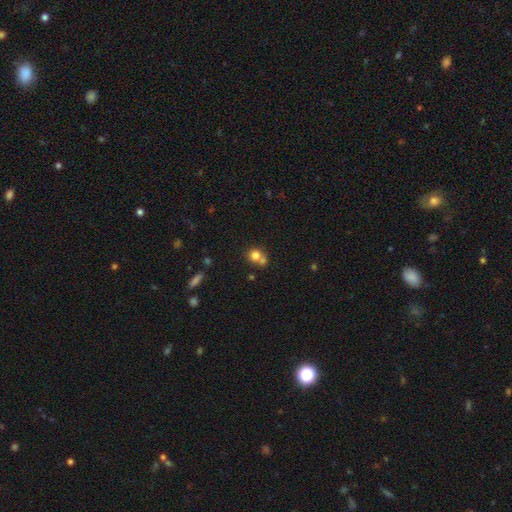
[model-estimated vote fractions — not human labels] Overall: smooth (77%). How rounded: round (83%). Merging: merger (44%, tied with none).